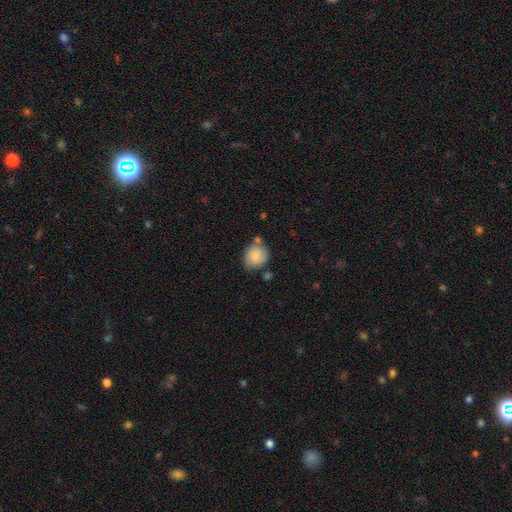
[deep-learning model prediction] Smooth or featured? Predicted: smooth (p=0.78). How rounded? Predicted: round (p=0.72). Merging? Predicted: none (p=0.63).